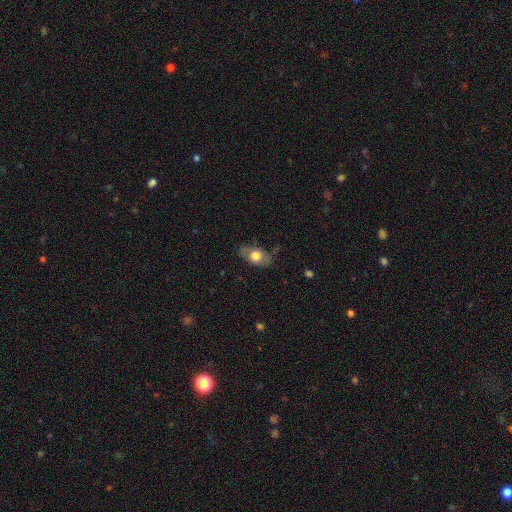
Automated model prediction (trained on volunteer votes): Smooth or featured? Predicted: smooth (p=0.66). How rounded? Predicted: in between (p=0.82). Merging? Predicted: none (p=0.66).